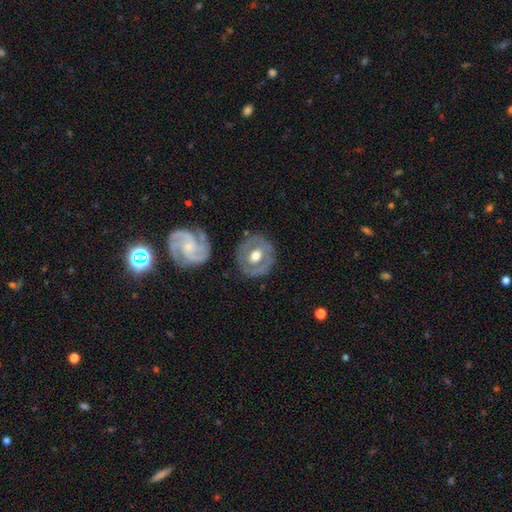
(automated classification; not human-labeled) This appears to be a featured or disk galaxy (58%) with no bar (62%), no spiral arms (66%) and a moderate central bulge (69%). Merging: none (80%).